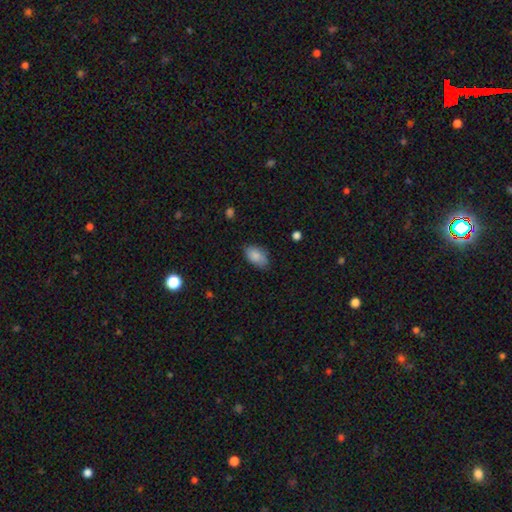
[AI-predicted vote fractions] A smooth galaxy with no disk features (86%) that is in between round and cigar-shaped (91%).

Vote fractions:
- Smooth or featured? smooth: 86% / star or artifact: 7% / featured or disk: 7%
- How rounded? in between: 91% / round: 7% / cigar-shaped: 1%
- Merging? none: 80% / minor disturbance: 16% / major disturbance: 3% / merger: 1%